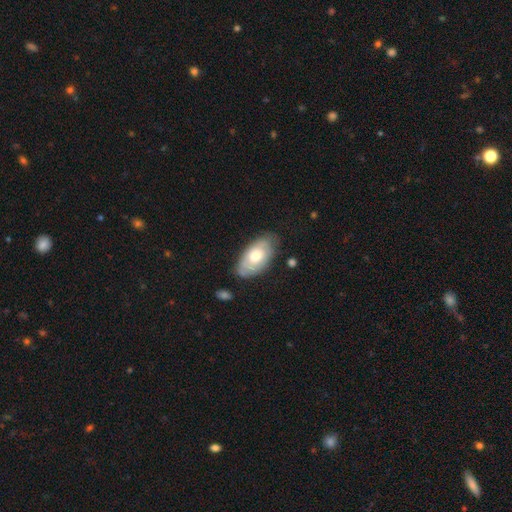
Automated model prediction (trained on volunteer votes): Smooth or featured?
  - smooth: 52% *
  - featured or disk: 42%
  - star or artifact: 6%
How rounded?
  - in between: 93% *
  - round: 4%
  - cigar-shaped: 3%
Merging?
  - none: 71% *
  - minor disturbance: 22%
  - major disturbance: 5%
  - merger: 2%